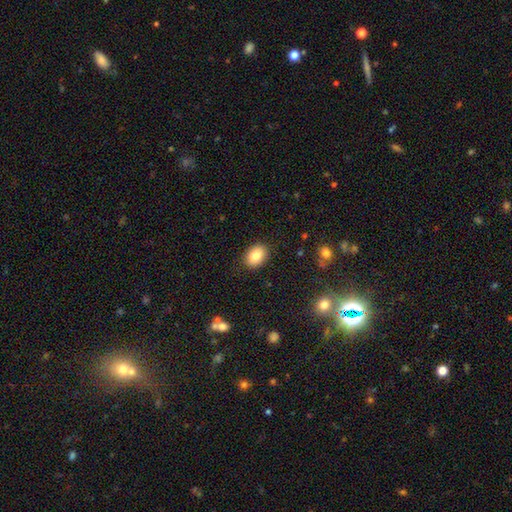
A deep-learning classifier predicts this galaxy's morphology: smooth-or-featured: smooth: 86% | star or artifact: 8% | featured or disk: 6%
  how-rounded: in between: 76% | round: 23% | cigar-shaped: 1%
  merging: none: 87% | minor disturbance: 9% | major disturbance: 2% | merger: 1%